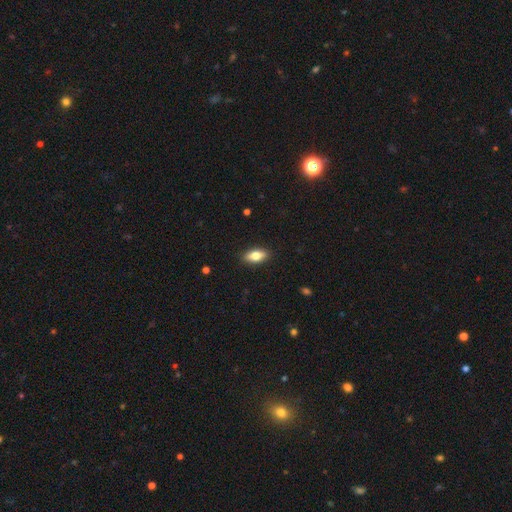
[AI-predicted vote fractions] The model was most divided on "smooth or featured": smooth: 77%, featured or disk: 16%, star or artifact: 7%. More confident: merging — none (89%); how rounded — in between (87%).